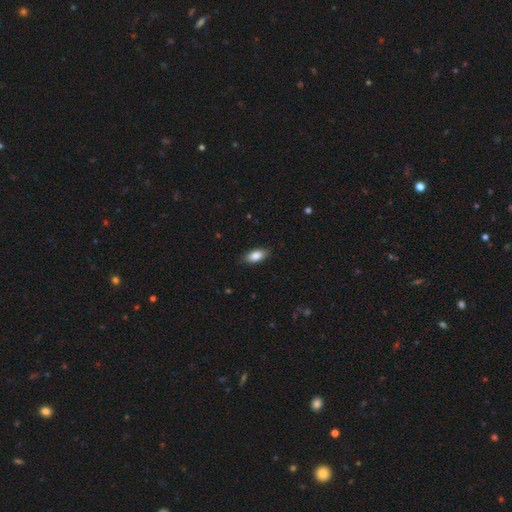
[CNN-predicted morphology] Smooth or featured?
  - smooth: 85% *
  - featured or disk: 8%
  - star or artifact: 7%
How rounded?
  - in between: 88% *
  - cigar-shaped: 8%
  - round: 4%
Merging?
  - none: 85% *
  - minor disturbance: 12%
  - major disturbance: 2%
  - merger: 1%